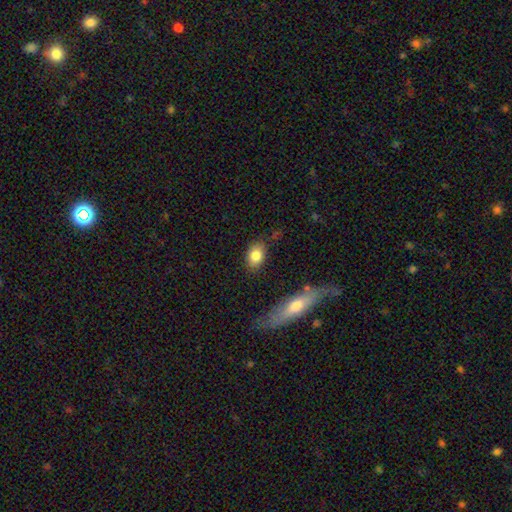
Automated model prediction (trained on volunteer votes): A smooth galaxy with no disk features (83%) that is in between round and cigar-shaped (79%). Merging: none (79%).